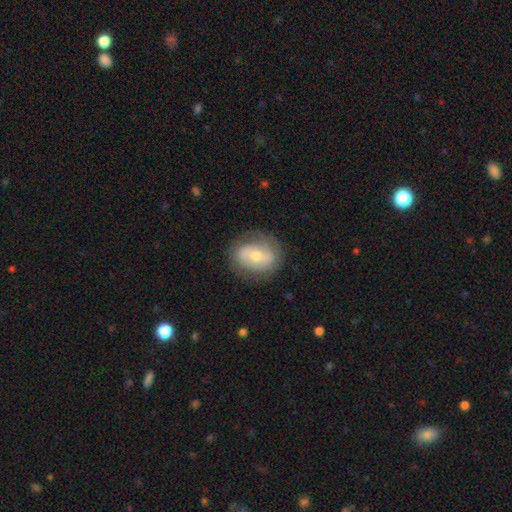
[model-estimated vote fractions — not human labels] featured or disk 59%, smooth 33%, star or artifact 7%. Down the decision tree: edge-on disk — no (95%); bar — no (43%); spiral arms — yes (64%); bulge size — moderate (56%); merging — none (77%).